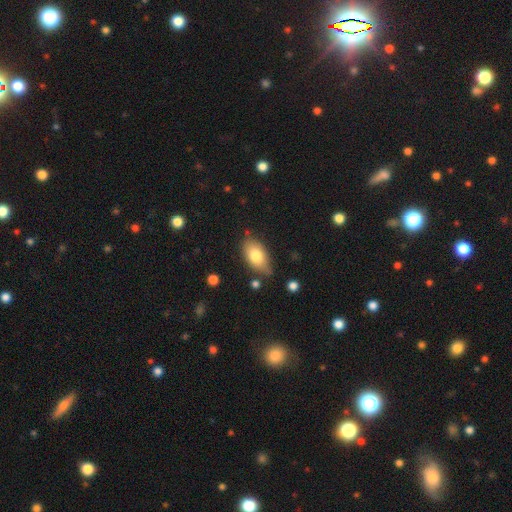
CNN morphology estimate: A smooth galaxy with no disk features (77%) that is in between round and cigar-shaped (91%).

Vote fractions:
- Smooth or featured? smooth: 77% / featured or disk: 16% / star or artifact: 7%
- How rounded? in between: 91% / round: 6% / cigar-shaped: 3%
- Merging? none: 71% / minor disturbance: 21% / major disturbance: 4% / merger: 4%